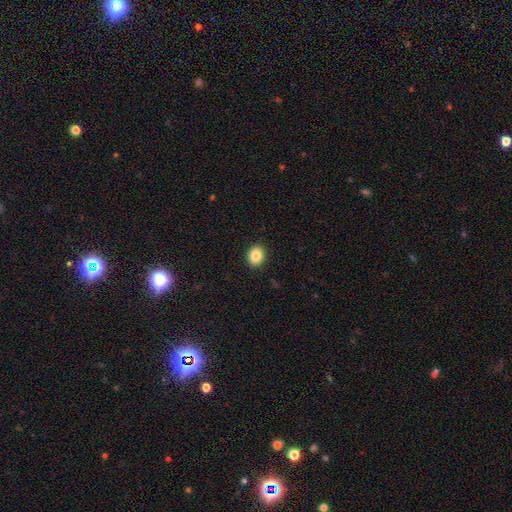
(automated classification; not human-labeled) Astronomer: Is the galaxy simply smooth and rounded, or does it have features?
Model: smooth — 86%.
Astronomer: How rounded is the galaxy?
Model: round — 57% (runner-up: in between, 42%).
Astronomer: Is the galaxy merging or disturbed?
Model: none — 91%.